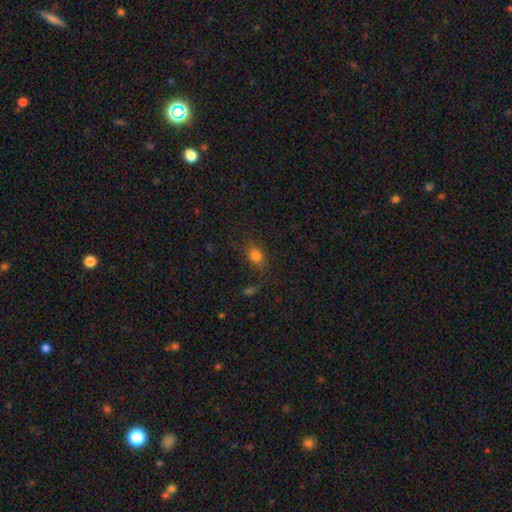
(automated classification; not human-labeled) Morphology: type=smooth (78%); roundness=in between (64%); merging=none (74%).